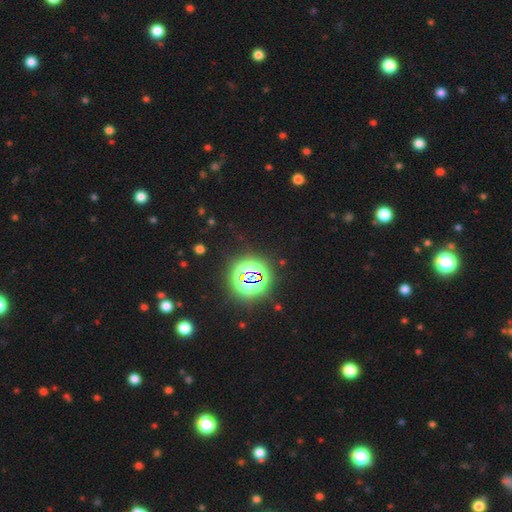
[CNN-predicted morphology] This appears to be a star or artifact, not a galaxy (81%).